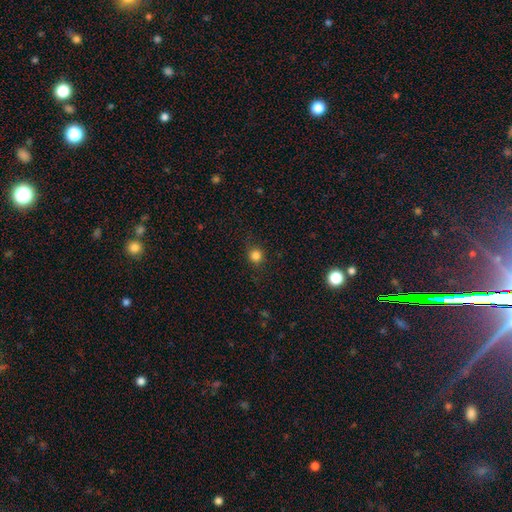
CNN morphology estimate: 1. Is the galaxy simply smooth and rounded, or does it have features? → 82% smooth, 14% star or artifact, 5% featured or disk.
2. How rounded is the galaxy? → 91% round, 8% in between, 1% cigar-shaped.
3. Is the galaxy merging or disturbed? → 84% none, 11% minor disturbance, 4% major disturbance, 1% merger.